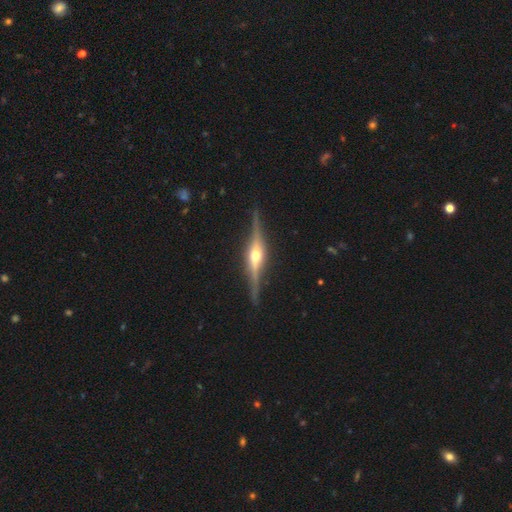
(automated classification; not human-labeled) The model was most divided on "smooth or featured": featured or disk: 83%, smooth: 11%, star or artifact: 6%. More confident: edge-on disk — yes (98%); edge-on bulge — rounded (91%); merging — none (87%).